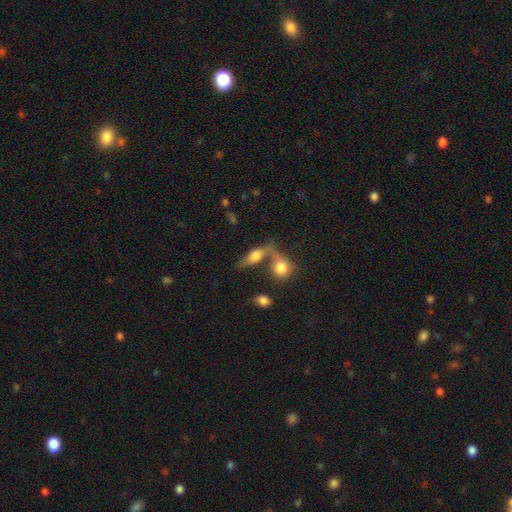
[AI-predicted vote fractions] A smooth galaxy with no disk features (59%) that is in between round and cigar-shaped (69%).

Vote fractions:
- Smooth or featured? smooth: 59% / featured or disk: 31% / star or artifact: 9%
- How rounded? in between: 69% / cigar-shaped: 19% / round: 12%
- Merging? merger: 53% / none: 26% / major disturbance: 10% / minor disturbance: 10%